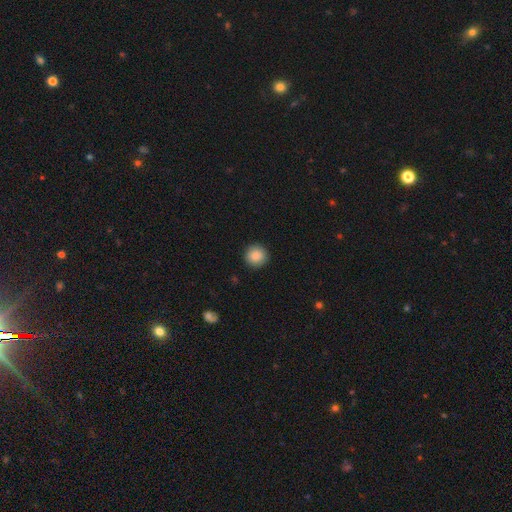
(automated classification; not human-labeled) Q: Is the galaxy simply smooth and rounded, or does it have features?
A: smooth — 88%.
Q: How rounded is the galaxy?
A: round — 94%.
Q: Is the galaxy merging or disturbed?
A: none — 91%.